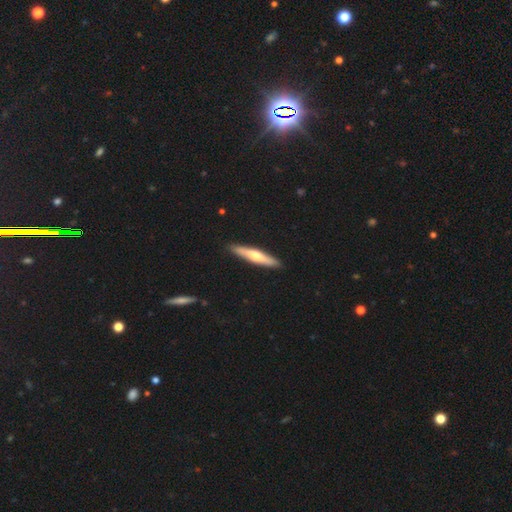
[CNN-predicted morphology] A smooth galaxy with no disk features (48%).

Vote fractions:
- Smooth or featured? smooth: 48% / featured or disk: 47% / star or artifact: 5%
- Merging? none: 91% / minor disturbance: 7% / major disturbance: 1% / merger: 1%